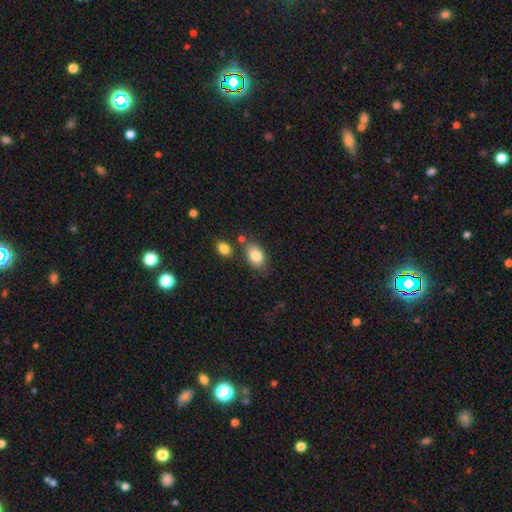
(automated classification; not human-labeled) smooth_or_featured: smooth (p=0.83) [alt: featured or disk p=0.09]
how_rounded: in between (p=0.83) [alt: round p=0.15]
merging: none (p=0.69) [alt: minor disturbance p=0.15]